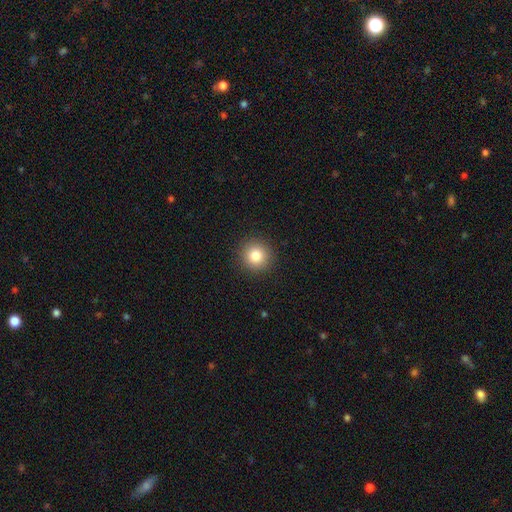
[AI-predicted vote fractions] The model was most divided on "smooth or featured": smooth: 83%, star or artifact: 11%, featured or disk: 6%. More confident: how rounded — round (93%); merging — none (92%).